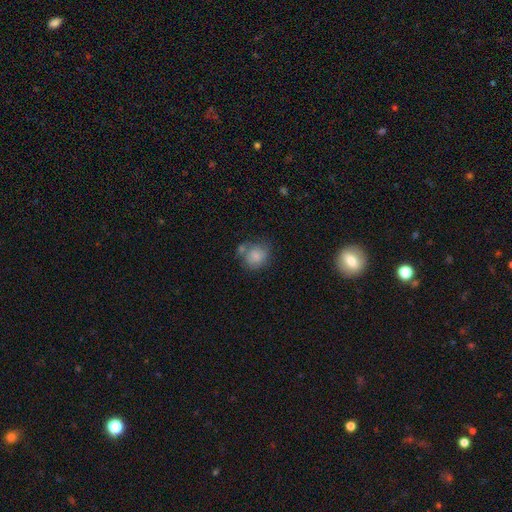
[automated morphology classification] smooth_or_featured: smooth (p=0.80) [alt: featured or disk p=0.12]
how_rounded: round (p=0.76) [alt: in between p=0.23]
merging: none (p=0.51) [alt: merger p=0.23]